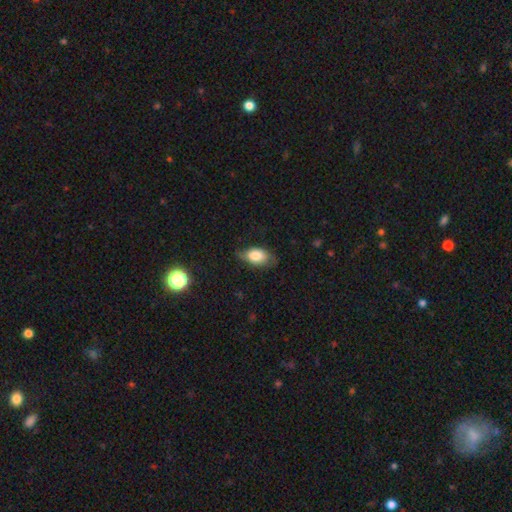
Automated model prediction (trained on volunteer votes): Smooth or featured? Predicted: smooth (p=0.74). How rounded? Predicted: in between (p=0.90). Merging? Predicted: none (p=0.60).